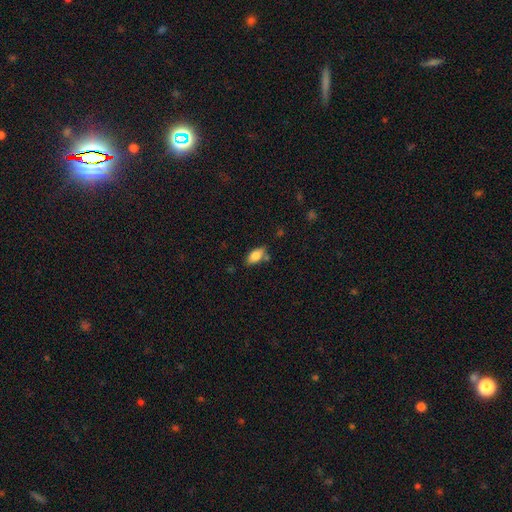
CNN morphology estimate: Smooth or featured?
  - smooth: 81% *
  - featured or disk: 12%
  - star or artifact: 7%
How rounded?
  - in between: 90% *
  - cigar-shaped: 7%
  - round: 3%
Merging?
  - none: 73% *
  - minor disturbance: 16%
  - merger: 7%
  - major disturbance: 3%